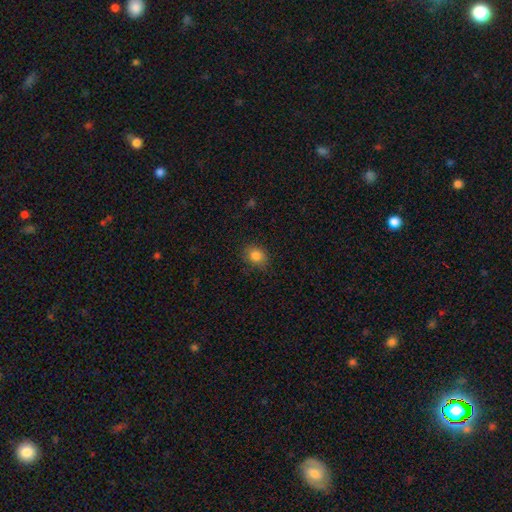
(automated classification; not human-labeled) smooth-or-featured: smooth: 83% | star or artifact: 11% | featured or disk: 6%
  how-rounded: round: 53% | in between: 46% | cigar-shaped: 1%
  merging: none: 82% | minor disturbance: 13% | major disturbance: 3% | merger: 1%